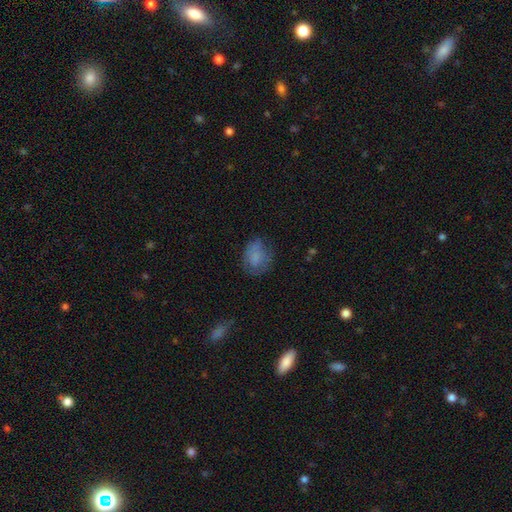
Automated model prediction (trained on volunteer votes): Morphology: type=smooth (69%); roundness=in between (51%); merging=none (61%).